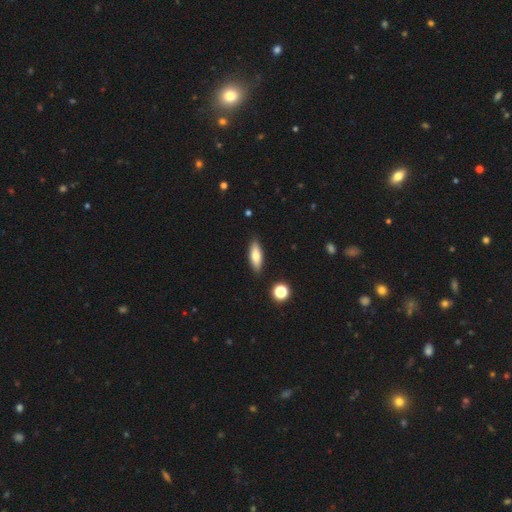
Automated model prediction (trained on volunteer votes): Smooth or featured? Predicted: smooth (p=0.70). How rounded? Predicted: in between (p=0.57). Merging? Predicted: none (p=0.88).